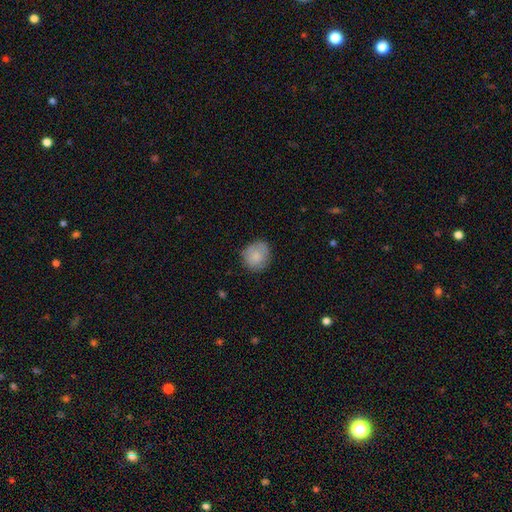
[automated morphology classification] A smooth galaxy with no disk features (81%) that is round (81%). Merging: none (77%).